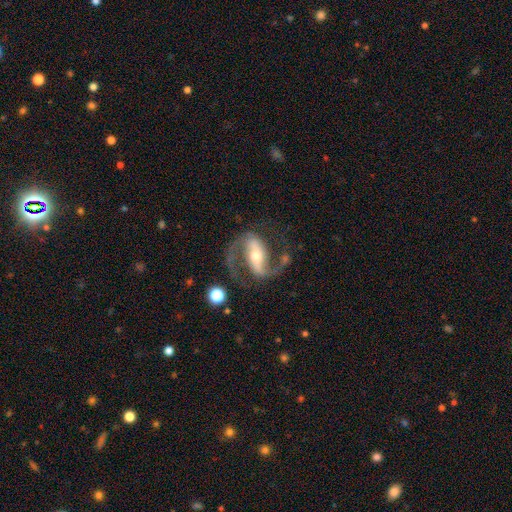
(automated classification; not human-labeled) featured or disk 91%, smooth 5%, star or artifact 5%. Down the decision tree: edge-on disk — no (96%); bar — strong (62%); spiral arms — yes (97%); spiral arm count — 2 (93%); spiral winding — medium (56%); bulge size — moderate (52%); merging — none (74%).